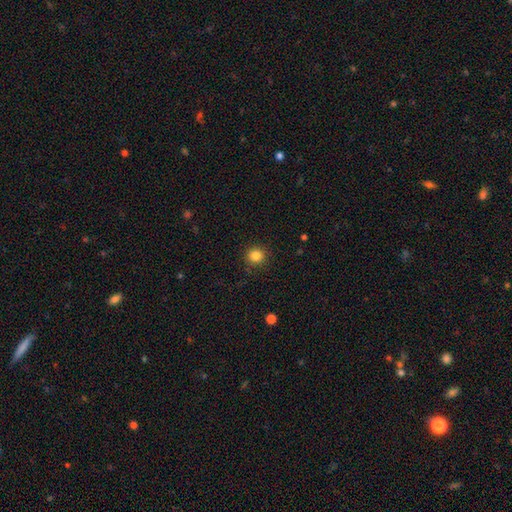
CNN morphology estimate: type=smooth (85%); roundness=round (91%); merging=none (90%).